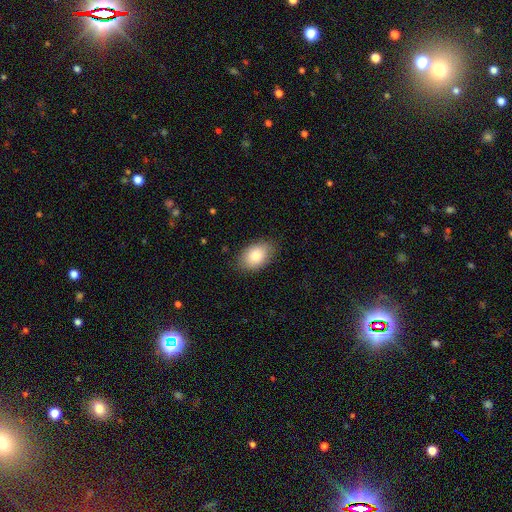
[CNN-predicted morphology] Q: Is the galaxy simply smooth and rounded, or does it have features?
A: smooth — 85%.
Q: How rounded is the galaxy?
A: in between — 88%.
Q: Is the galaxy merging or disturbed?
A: none — 83%.